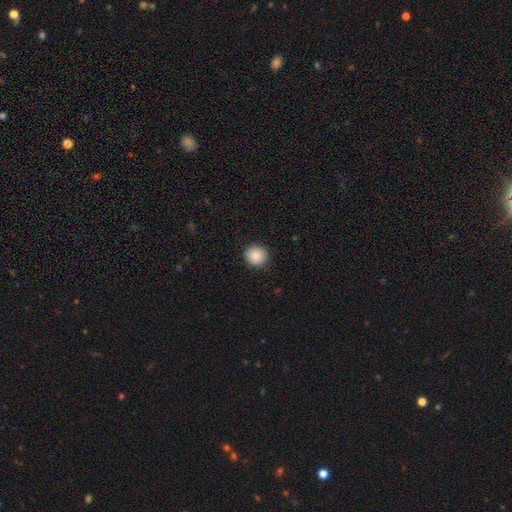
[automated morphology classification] Smooth or featured? Predicted: smooth (p=0.86). How rounded? Predicted: round (p=0.93). Merging? Predicted: none (p=0.90).